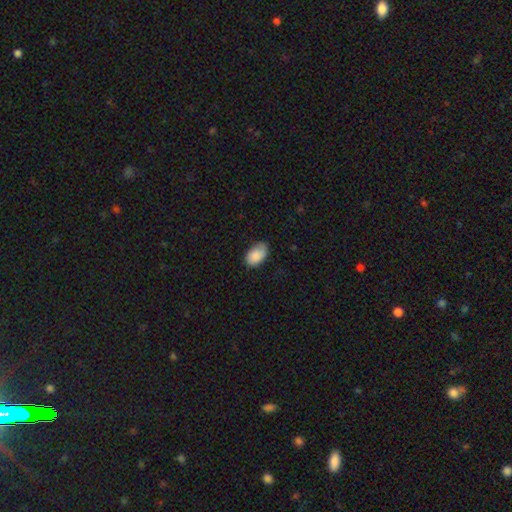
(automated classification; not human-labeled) Smooth or featured? smooth (86%)
How rounded? in between (92%)
Merging? none (66%)